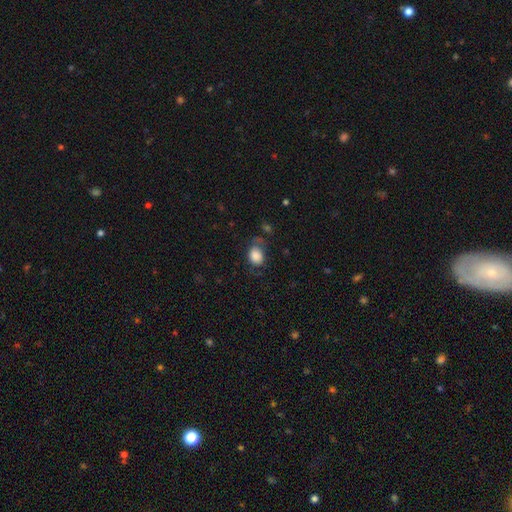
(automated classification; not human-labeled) A smooth galaxy with no disk features (83%) that is in between round and cigar-shaped (57%).

Vote fractions:
- Smooth or featured? smooth: 83% / featured or disk: 9% / star or artifact: 8%
- How rounded? in between: 57% / round: 42% / cigar-shaped: 1%
- Merging? none: 55% / minor disturbance: 26% / major disturbance: 15% / merger: 4%